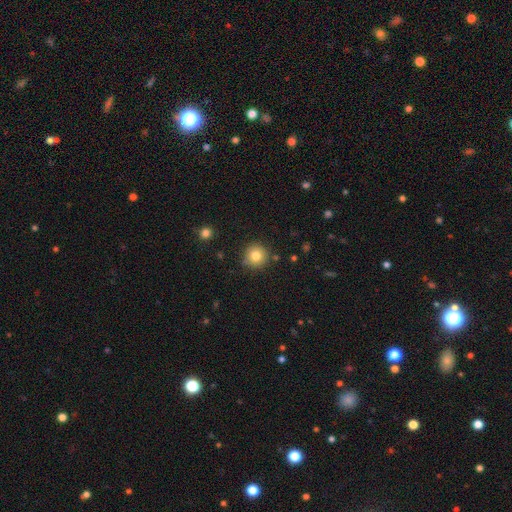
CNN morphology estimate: smooth 80%, star or artifact 11%, featured or disk 8%. Down the decision tree: how rounded — round (95%); merging — none (86%).